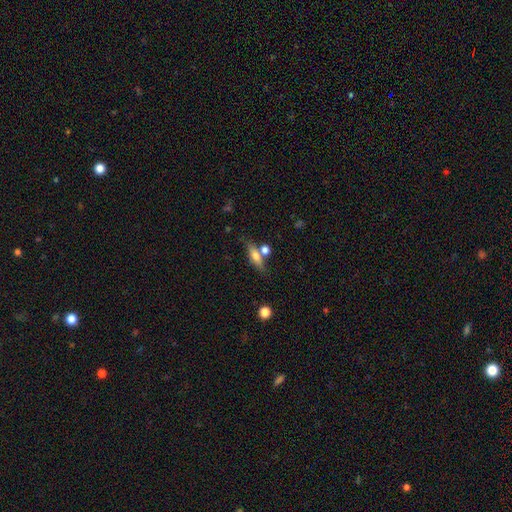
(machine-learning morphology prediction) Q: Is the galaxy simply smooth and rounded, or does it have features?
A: smooth — 53%.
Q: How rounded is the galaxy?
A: cigar-shaped — 52%.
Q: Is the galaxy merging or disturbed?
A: none — 63%.